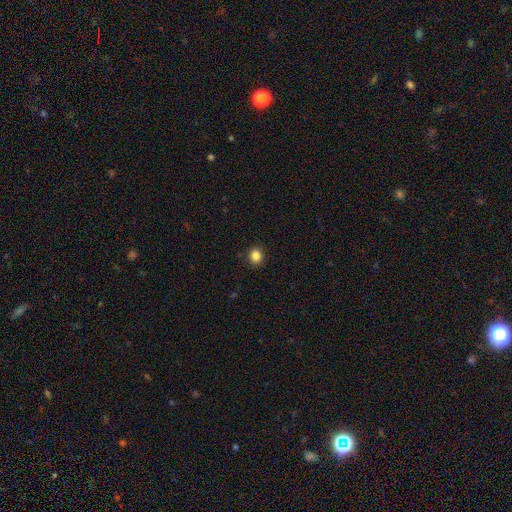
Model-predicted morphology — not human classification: Smooth or featured? Predicted: smooth (p=0.86). How rounded? Predicted: round (p=0.79). Merging? Predicted: none (p=0.91).